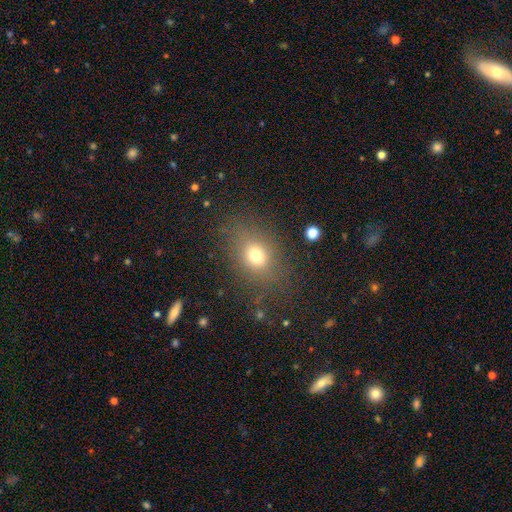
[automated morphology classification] A smooth galaxy with no disk features (71%) that is in between round and cigar-shaped (55%).

Vote fractions:
- Smooth or featured? smooth: 71% / star or artifact: 17% / featured or disk: 12%
- How rounded? in between: 55% / round: 43% / cigar-shaped: 2%
- Merging? none: 76% / minor disturbance: 14% / major disturbance: 8% / merger: 2%